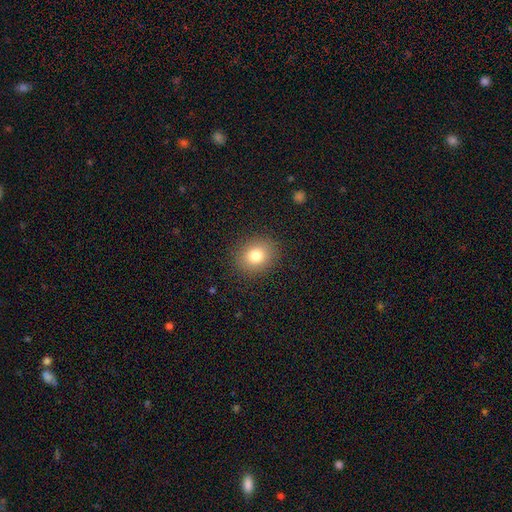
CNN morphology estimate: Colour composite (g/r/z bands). It shows a smooth galaxy with no disk features (79%) that is round (65%). Merging: none (89%).